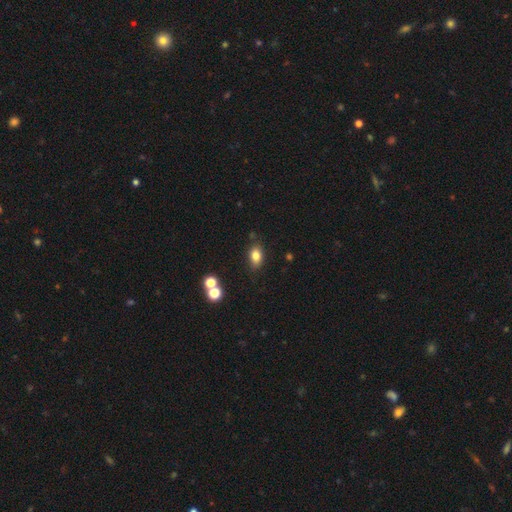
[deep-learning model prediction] Overall: smooth (80%). How rounded: in between (84%). Merging: none (80%).